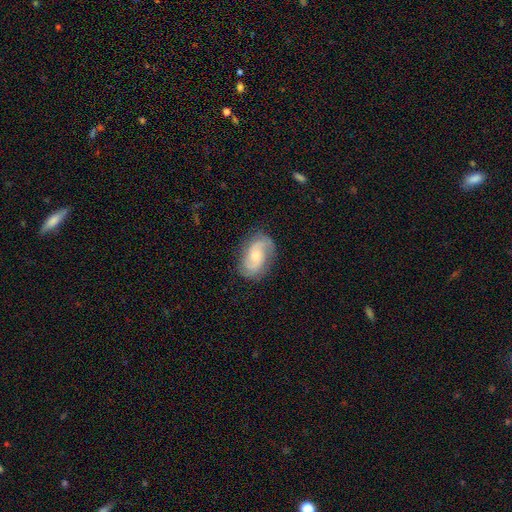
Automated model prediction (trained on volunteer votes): This is likely a featured or disk galaxy (77%). It is clearly not viewed edge-on (97%). Bar: possibly no (58%). Spiral arm pattern: clearly yes (95%). Spiral arm count: clearly 2 (83%). Spiral winding: possibly medium (48%). Central bulge: possibly moderate (49%). Merging: likely none (77%).